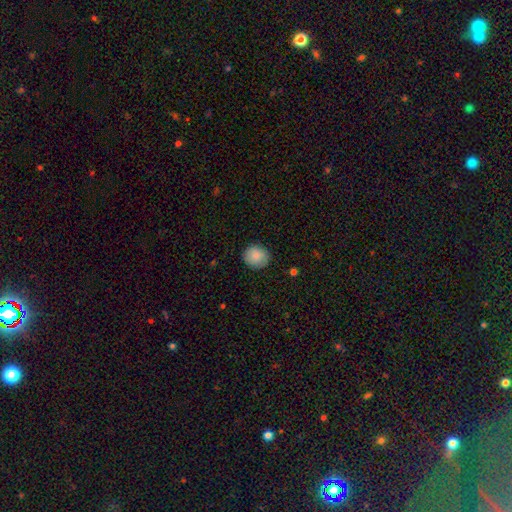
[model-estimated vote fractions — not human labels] Smooth or featured: smooth — 88% (star or artifact — 7%)
How rounded: round — 80% (in between — 19%)
Merging: none — 86% (minor disturbance — 11%)